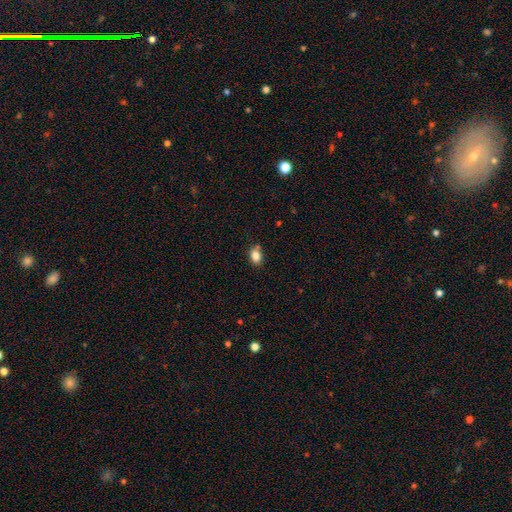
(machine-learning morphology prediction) smooth_or_featured: smooth (p=0.84) [alt: star or artifact p=0.10]
how_rounded: in between (p=0.73) [alt: round p=0.26]
merging: none (p=0.76) [alt: minor disturbance p=0.16]